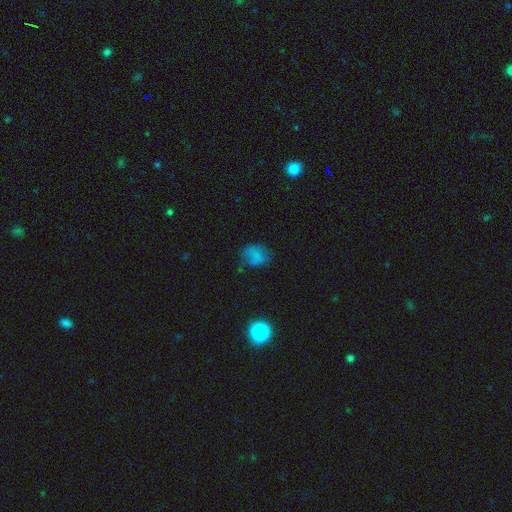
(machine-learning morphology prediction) This appears to be a smooth galaxy with no disk features (67%) that is in between round and cigar-shaped (53%). Merging: none (49%).